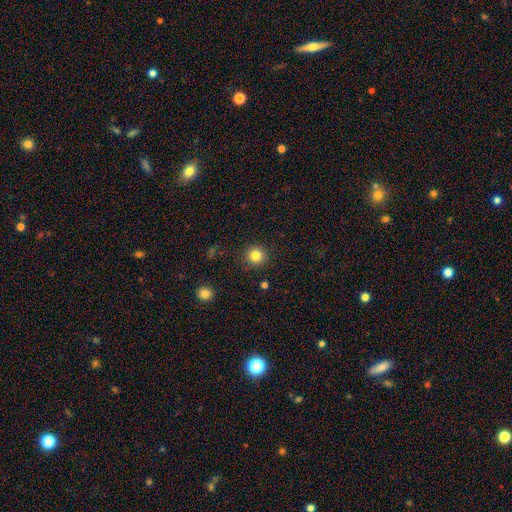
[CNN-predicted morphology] smooth_or_featured: smooth (p=0.83) [alt: star or artifact p=0.11]
how_rounded: round (p=0.93) [alt: in between p=0.06]
merging: none (p=0.90) [alt: minor disturbance p=0.06]